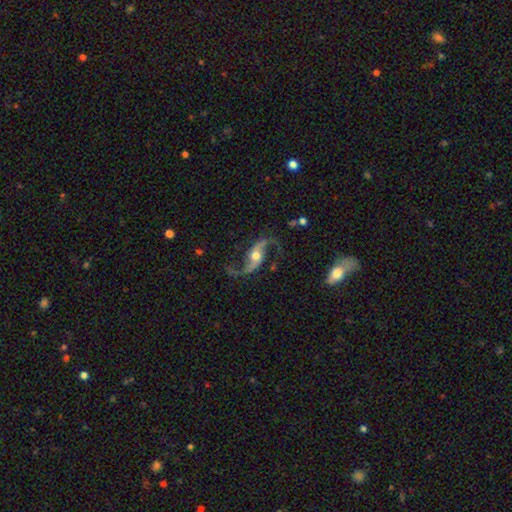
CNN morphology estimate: type=featured or disk (91%); edge-on=no (95%); bar=no (52%); spiral arms=yes (97%); winding=loose (86%); arm count=2 (94%); bulge=moderate (71%); merging=none (76%).